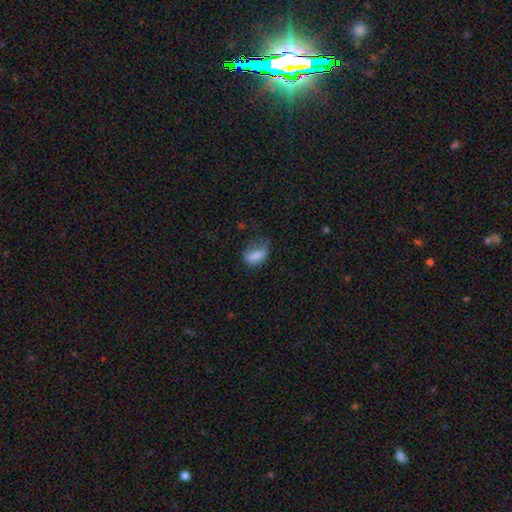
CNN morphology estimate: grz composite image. It shows a smooth galaxy with no disk features (76%) that is in between round and cigar-shaped (81%). Merging: none (34%).